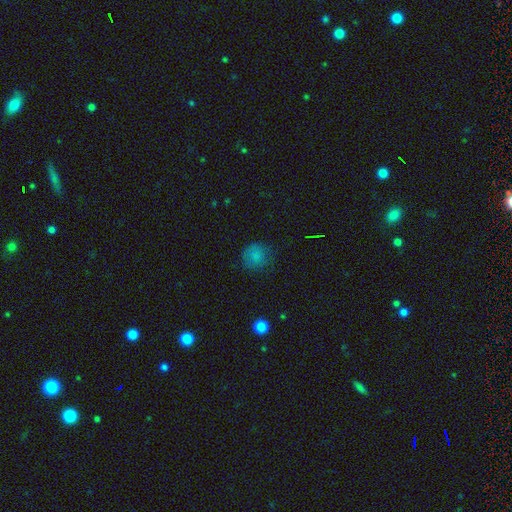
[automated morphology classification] type=smooth (79%); roundness=round (90%); merging=none (76%).